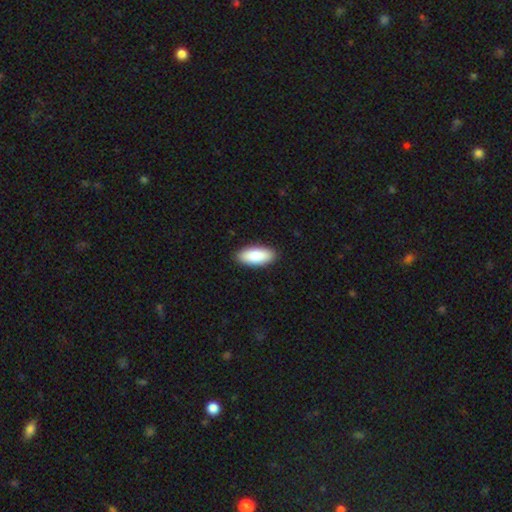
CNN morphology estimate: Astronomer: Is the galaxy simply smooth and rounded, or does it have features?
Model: smooth — 87%.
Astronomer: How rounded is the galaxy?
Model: in between — 86%.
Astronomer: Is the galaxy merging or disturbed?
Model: none — 90%.